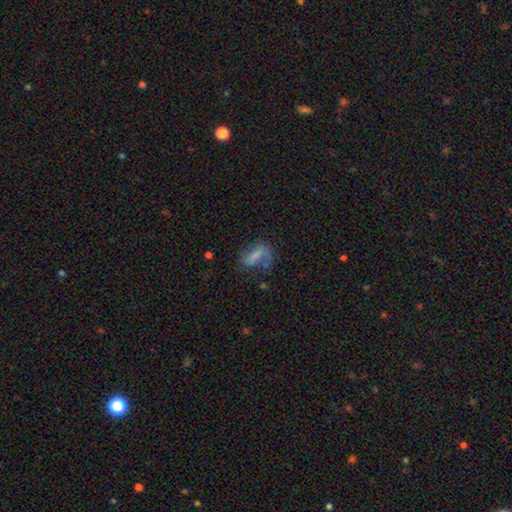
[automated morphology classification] smooth 54%, featured or disk 34%, star or artifact 12%. Down the decision tree: how rounded — in between (74%); merging — none (40%).